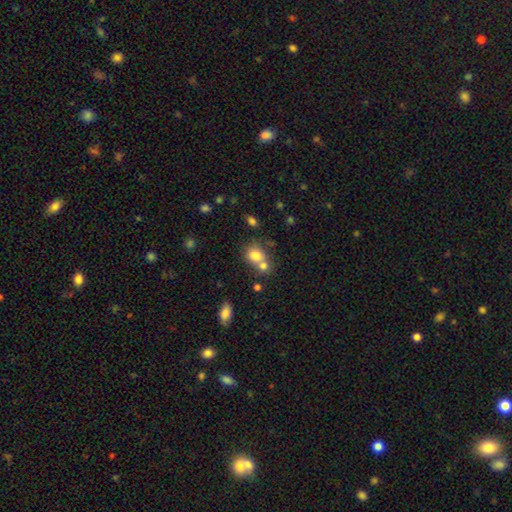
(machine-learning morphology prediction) type=smooth (76%); roundness=round (58%); merging=merger (50%).